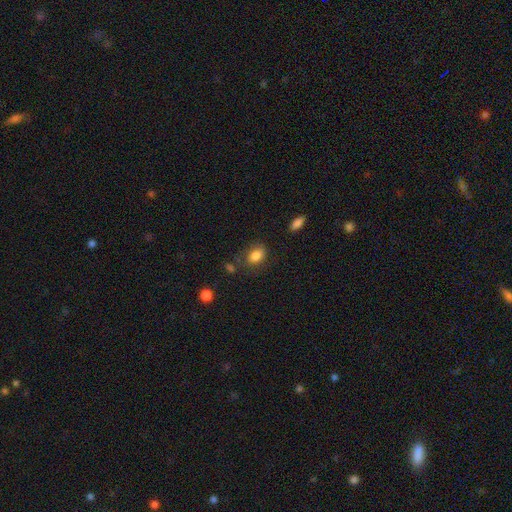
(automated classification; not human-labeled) Smooth or featured?
  - smooth: 83% *
  - featured or disk: 9%
  - star or artifact: 8%
How rounded?
  - in between: 82% *
  - round: 16%
  - cigar-shaped: 2%
Merging?
  - none: 70% *
  - minor disturbance: 19%
  - major disturbance: 7%
  - merger: 4%